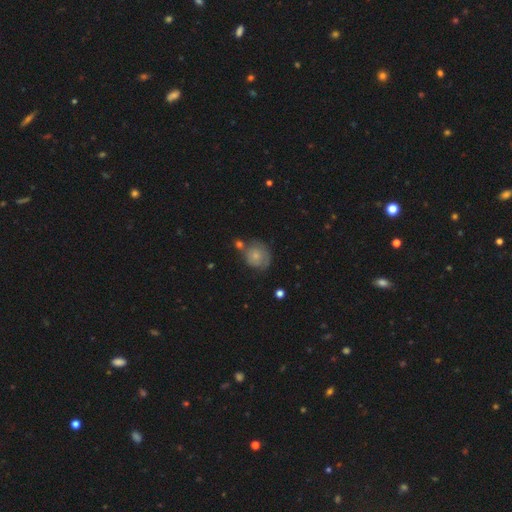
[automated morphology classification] A smooth galaxy with no disk features (69%) that is round (79%). Merging: none (52%).